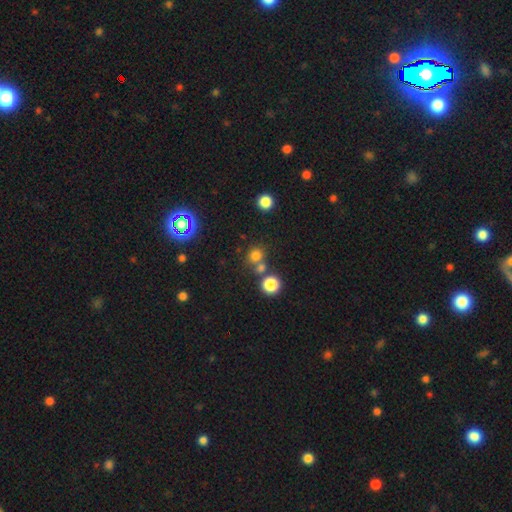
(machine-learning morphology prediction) A smooth galaxy with no disk features (72%) that is round (87%).

Vote fractions:
- Smooth or featured? smooth: 72% / star or artifact: 21% / featured or disk: 7%
- How rounded? round: 87% / in between: 12% / cigar-shaped: 1%
- Merging? none: 63% / merger: 25% / minor disturbance: 8% / major disturbance: 4%